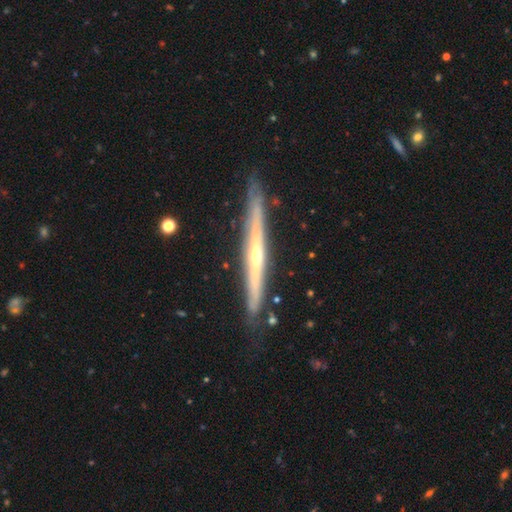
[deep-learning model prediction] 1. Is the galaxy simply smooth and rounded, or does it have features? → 78% featured or disk, 17% smooth, 5% star or artifact.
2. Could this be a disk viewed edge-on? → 96% yes, 4% no.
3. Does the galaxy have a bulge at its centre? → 73% rounded, 24% none, 3% boxy.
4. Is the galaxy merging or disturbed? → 85% none, 12% minor disturbance, 2% major disturbance, 2% merger.